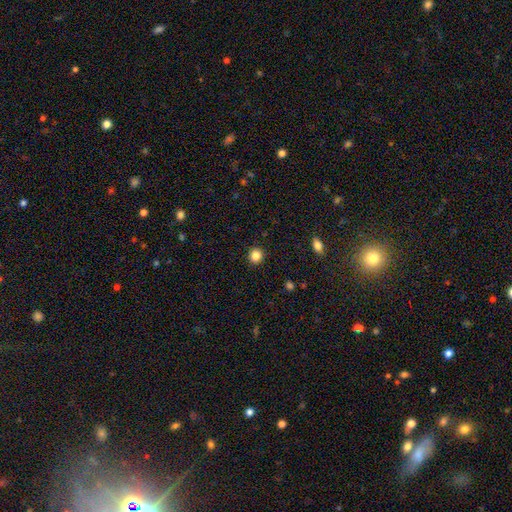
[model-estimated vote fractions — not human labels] Q: Smooth or featured?
A: smooth (84%); runner-up: star or artifact (12%)
Q: How rounded?
A: round (91%); runner-up: in between (8%)
Q: Merging?
A: none (92%); runner-up: minor disturbance (5%)